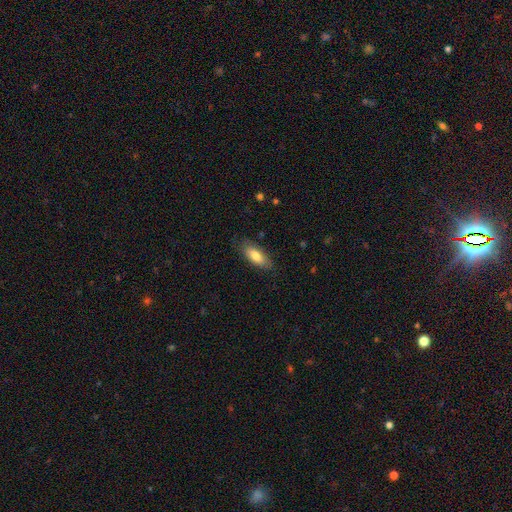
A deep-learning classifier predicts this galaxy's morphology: Smooth or featured: smooth — 77% (featured or disk — 17%)
How rounded: in between — 77% (cigar-shaped — 21%)
Merging: none — 80% (minor disturbance — 15%)